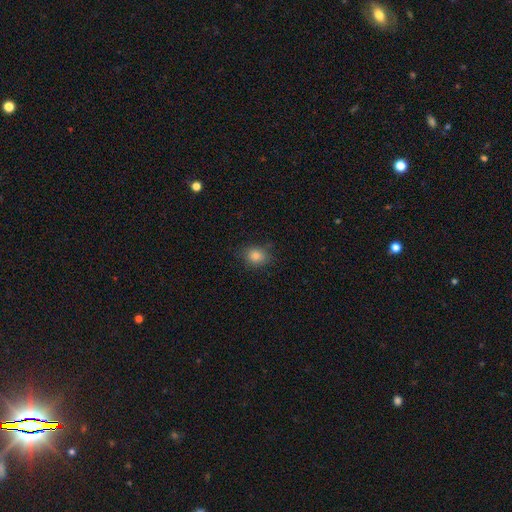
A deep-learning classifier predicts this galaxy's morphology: Smooth or featured?
  - smooth: 82% *
  - star or artifact: 12%
  - featured or disk: 6%
How rounded?
  - round: 69% *
  - in between: 30%
  - cigar-shaped: 1%
Merging?
  - none: 83% *
  - minor disturbance: 13%
  - major disturbance: 3%
  - merger: 1%